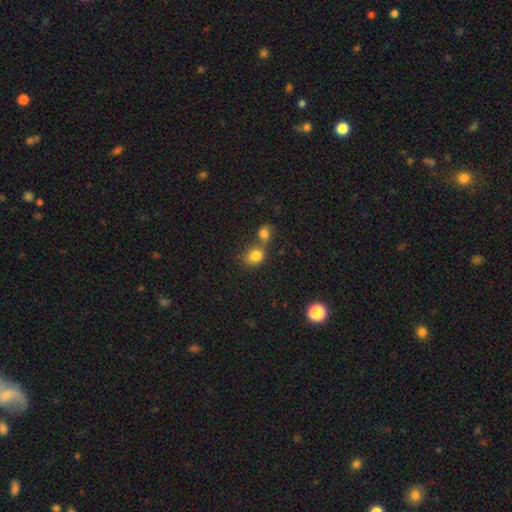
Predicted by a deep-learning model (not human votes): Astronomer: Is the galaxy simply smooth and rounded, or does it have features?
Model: smooth — 82%.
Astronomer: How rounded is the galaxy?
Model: round — 59% (runner-up: in between, 40%).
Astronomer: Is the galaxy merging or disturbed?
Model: none — 45% (runner-up: merger, 42%).